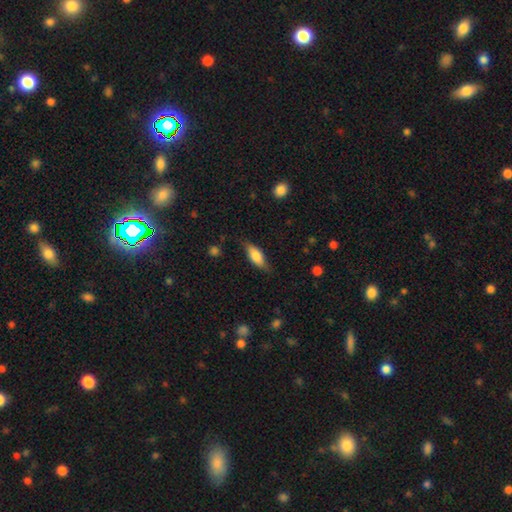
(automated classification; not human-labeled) Overall: smooth (69%). How rounded: in between (72%). Merging: none (74%).